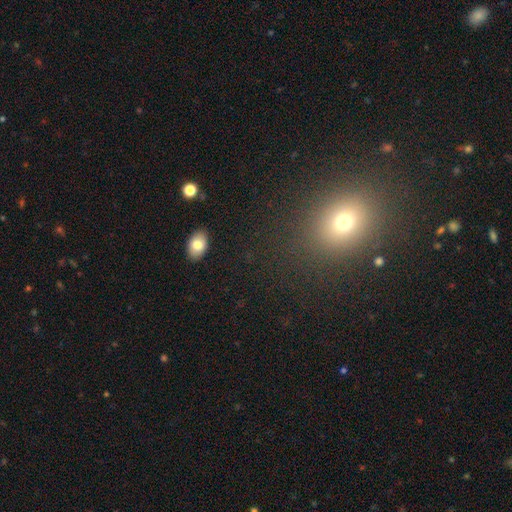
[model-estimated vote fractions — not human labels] This appears to be a smooth galaxy with no disk features (62%) that is round (53%). Merging: none (89%).